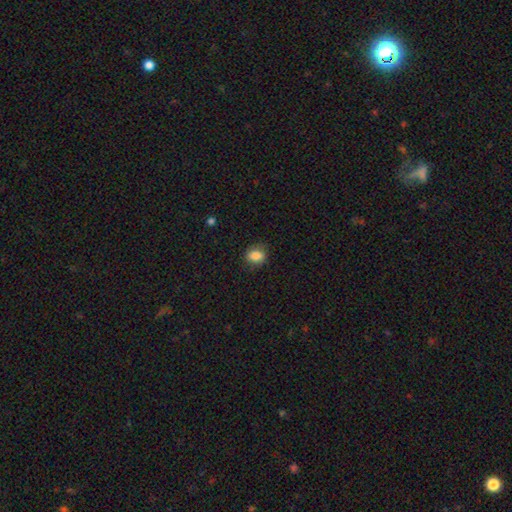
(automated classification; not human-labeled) Smooth or featured?
  - smooth: 83% *
  - star or artifact: 9%
  - featured or disk: 8%
How rounded?
  - round: 51% *
  - in between: 48%
  - cigar-shaped: 1%
Merging?
  - none: 81% *
  - minor disturbance: 14%
  - major disturbance: 4%
  - merger: 1%